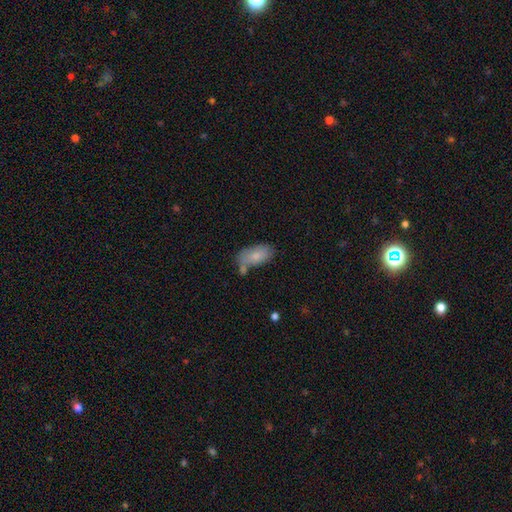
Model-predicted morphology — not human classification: Smooth or featured? smooth (78%)
How rounded? in between (93%)
Merging? none (51%)